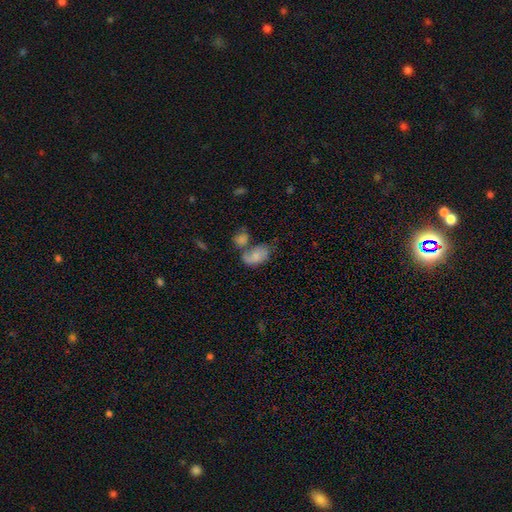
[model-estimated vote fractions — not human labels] Smooth or featured? Predicted: smooth (p=0.71). How rounded? Predicted: in between (p=0.87). Merging? Predicted: merger (p=0.47).